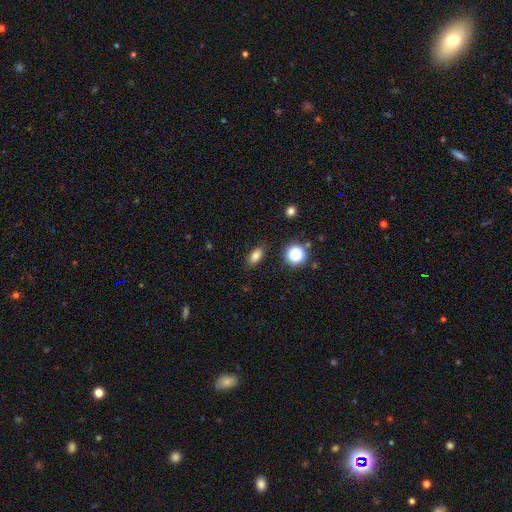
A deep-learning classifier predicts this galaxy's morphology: Smooth or featured? Predicted: smooth (p=0.77). How rounded? Predicted: in between (p=0.82). Merging? Predicted: none (p=0.87).